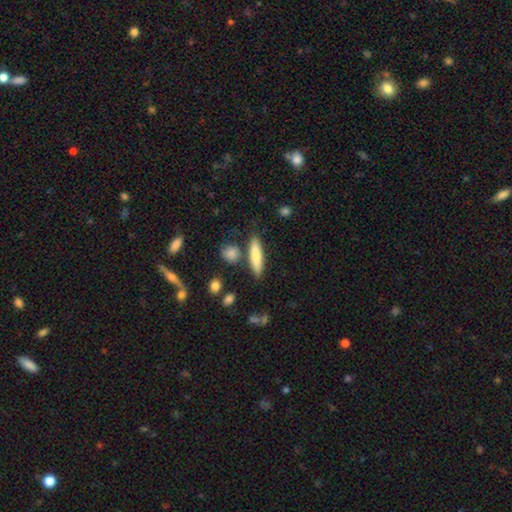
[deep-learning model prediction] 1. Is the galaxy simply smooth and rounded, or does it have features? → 79% smooth, 15% featured or disk, 6% star or artifact.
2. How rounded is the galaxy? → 77% cigar-shaped, 20% in between, 3% round.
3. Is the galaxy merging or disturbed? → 80% none, 10% minor disturbance, 7% merger, 3% major disturbance.